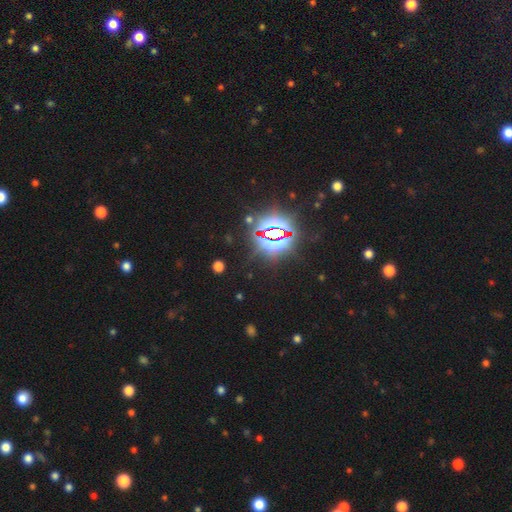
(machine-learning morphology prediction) A star or artifact, not a galaxy (86%).